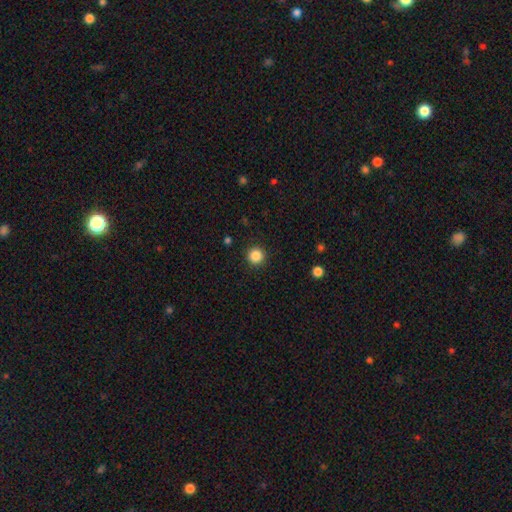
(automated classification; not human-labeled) Smooth or featured? Predicted: smooth (p=0.86). How rounded? Predicted: round (p=0.95). Merging? Predicted: none (p=0.92).